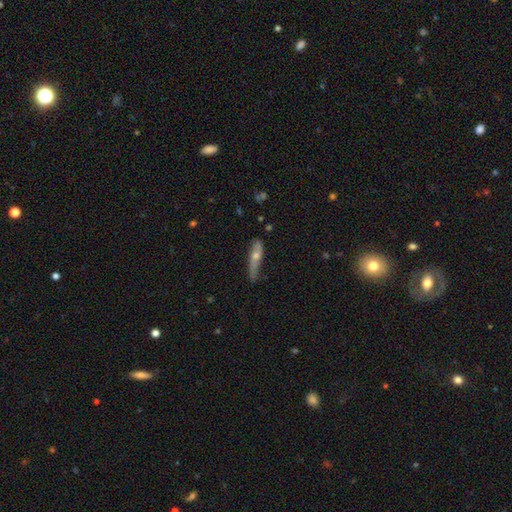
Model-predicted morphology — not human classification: smooth-or-featured: featured or disk: 55% | smooth: 37% | star or artifact: 8%
  disk-edge-on: yes: 72% | no: 28%
  merging: none: 67% | minor disturbance: 24% | major disturbance: 6% | merger: 2%